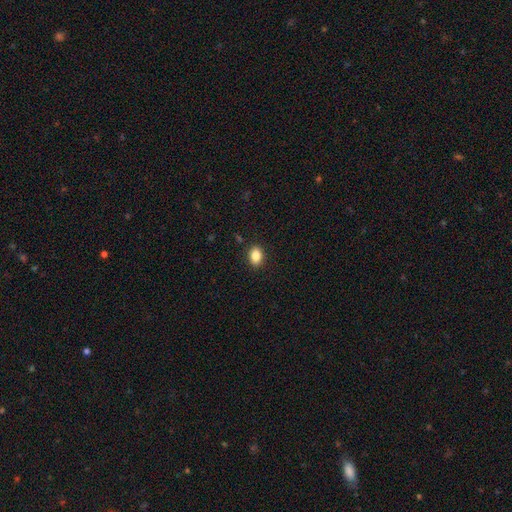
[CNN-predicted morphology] The model was most divided on "how rounded": in between: 79%, round: 20%, cigar-shaped: 1%. More confident: merging — none (89%); smooth or featured — smooth (87%).